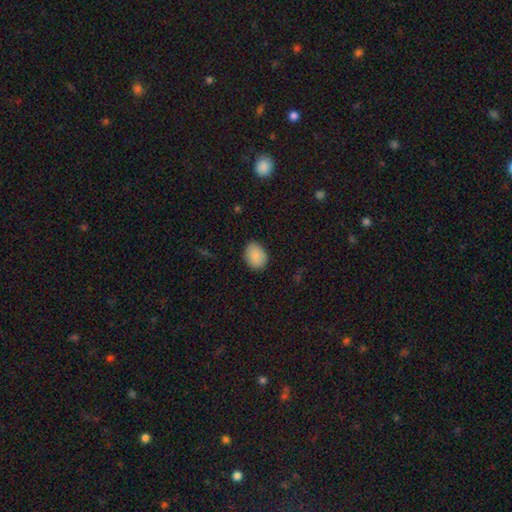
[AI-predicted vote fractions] Smooth or featured?
  - smooth: 87% *
  - star or artifact: 8%
  - featured or disk: 6%
How rounded?
  - in between: 62% *
  - round: 37%
  - cigar-shaped: 1%
Merging?
  - none: 82% *
  - minor disturbance: 14%
  - major disturbance: 3%
  - merger: 1%